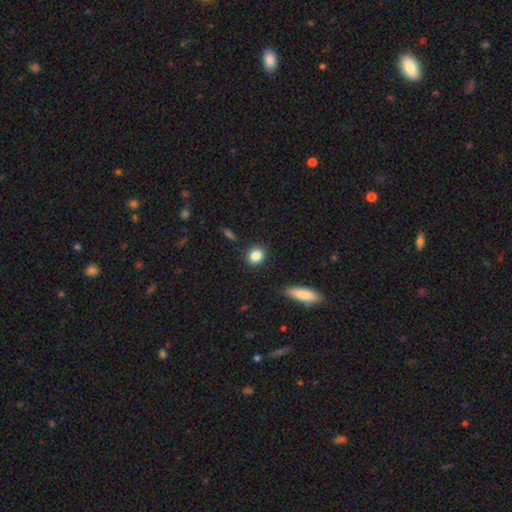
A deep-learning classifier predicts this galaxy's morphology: type=smooth (85%); roundness=round (71%); merging=none (89%).